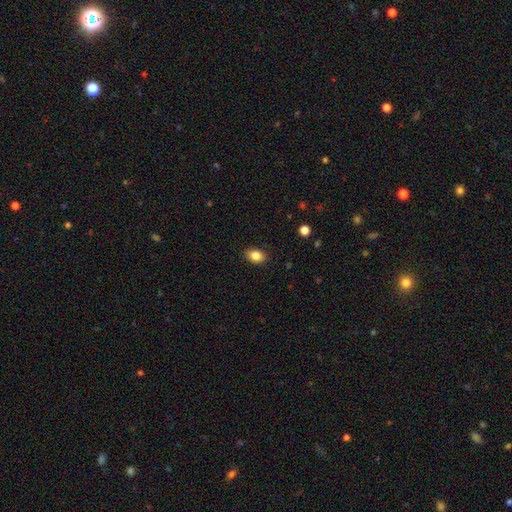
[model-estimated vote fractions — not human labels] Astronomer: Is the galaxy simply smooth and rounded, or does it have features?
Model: smooth — 85%.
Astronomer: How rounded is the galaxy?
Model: in between — 78%.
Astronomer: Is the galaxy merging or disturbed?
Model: none — 88%.